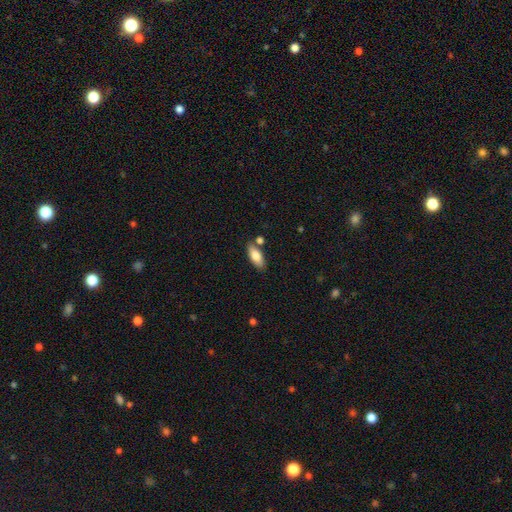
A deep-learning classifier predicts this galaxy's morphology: type=smooth (80%); roundness=in between (83%); merging=none (75%).